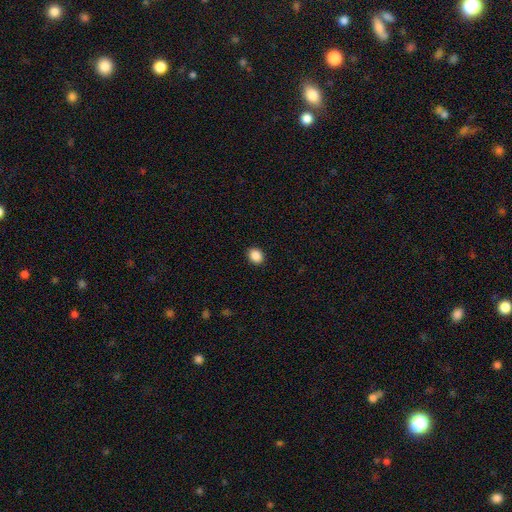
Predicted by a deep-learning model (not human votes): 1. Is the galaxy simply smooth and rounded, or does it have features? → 88% smooth, 9% star or artifact, 3% featured or disk.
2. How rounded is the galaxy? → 61% round, 38% in between, 1% cigar-shaped.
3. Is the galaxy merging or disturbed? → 91% none, 6% minor disturbance, 2% major disturbance, 1% merger.